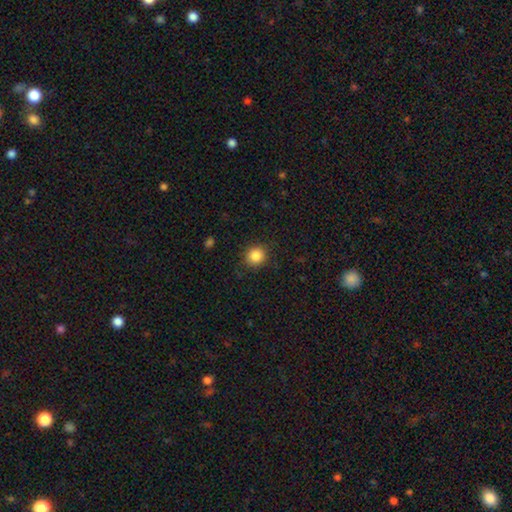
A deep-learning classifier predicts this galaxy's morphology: Overall: smooth (86%). How rounded: round (87%). Merging: none (88%).